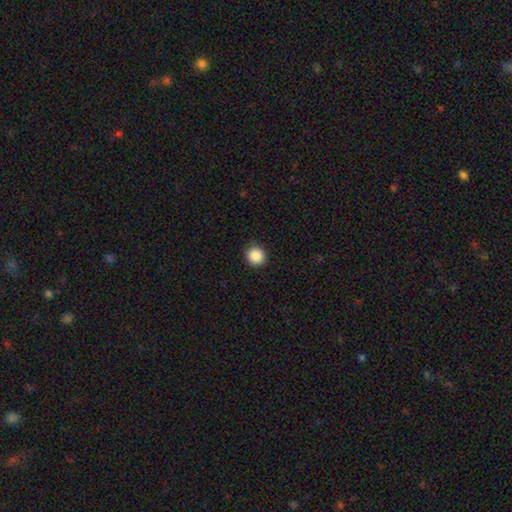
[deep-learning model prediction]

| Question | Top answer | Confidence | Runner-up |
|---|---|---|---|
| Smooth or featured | smooth | 89% | star or artifact (9%) |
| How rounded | round | 93% | in between (6%) |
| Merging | none | 91% | minor disturbance (6%) |